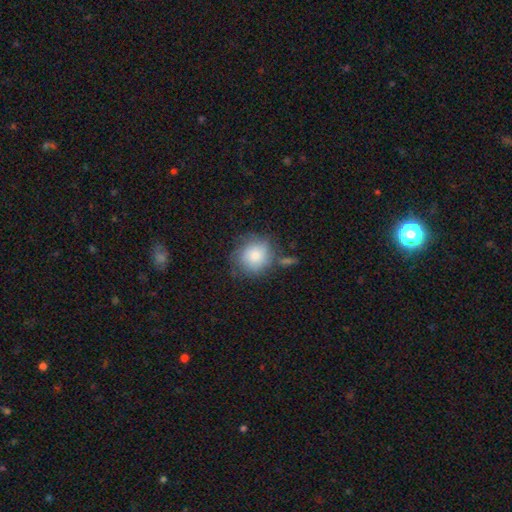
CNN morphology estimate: smooth 80%, featured or disk 12%, star or artifact 8%. Down the decision tree: how rounded — round (88%); merging — none (65%).